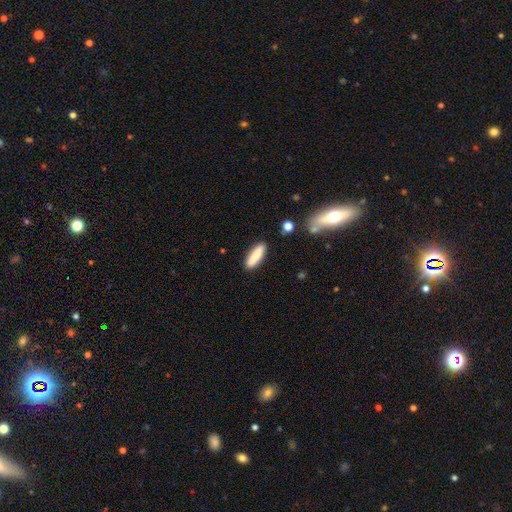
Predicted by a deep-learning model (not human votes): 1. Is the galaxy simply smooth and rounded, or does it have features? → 81% smooth, 13% featured or disk, 6% star or artifact.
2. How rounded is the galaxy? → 55% cigar-shaped, 43% in between, 2% round.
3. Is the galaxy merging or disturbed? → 87% none, 9% minor disturbance, 2% major disturbance, 2% merger.